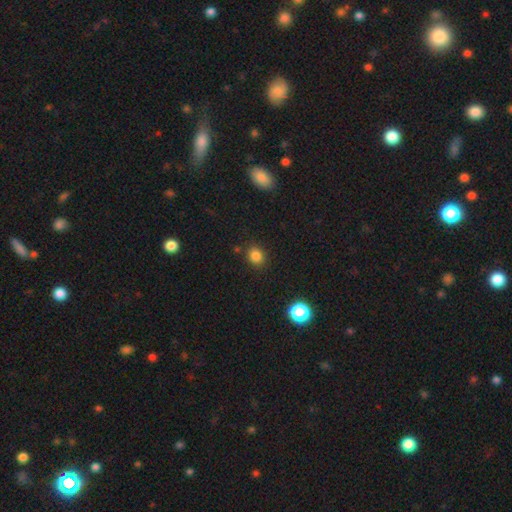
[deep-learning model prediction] Q: Smooth or featured?
A: smooth (82%); runner-up: star or artifact (13%)
Q: How rounded?
A: round (71%); runner-up: in between (28%)
Q: Merging?
A: none (85%); runner-up: minor disturbance (9%)